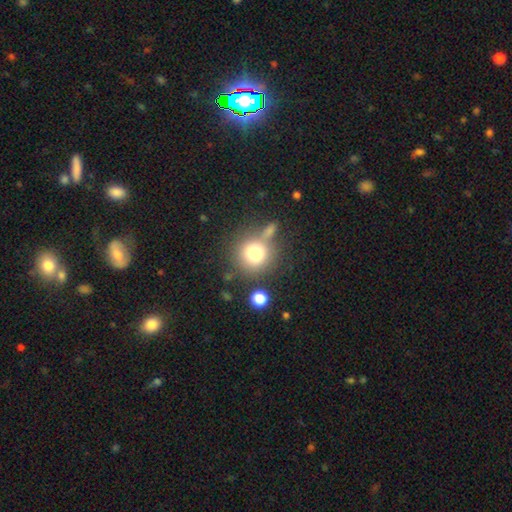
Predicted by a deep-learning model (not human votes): Smooth or featured: smooth — 75% (featured or disk — 13%)
How rounded: round — 85% (in between — 14%)
Merging: none — 61% (merger — 17%)